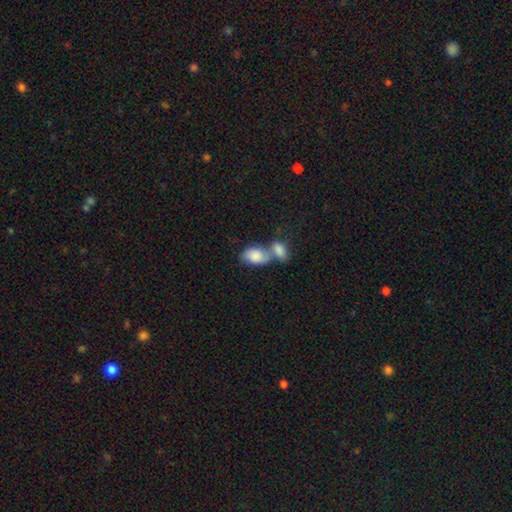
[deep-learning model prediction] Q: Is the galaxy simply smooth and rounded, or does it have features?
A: smooth — 81%.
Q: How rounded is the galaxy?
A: in between — 88%.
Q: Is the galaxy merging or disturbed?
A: merger — 69%.